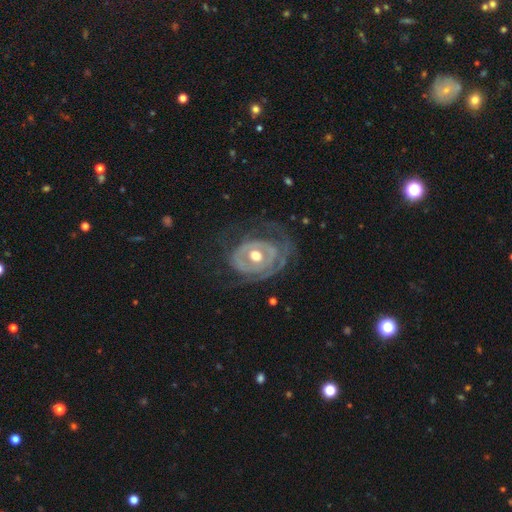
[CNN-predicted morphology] The model was most divided on "spiral arm count": can't tell: 35%, 2: 27%, 1: 22%, 3: 9%, 4: 4%, more than 4: 4%. More confident: edge-on disk — no (96%); smooth or featured — featured or disk (82%); bulge size — moderate (75%); spiral arms — yes (70%); bar — no (67%); spiral winding — tight (64%); merging — none (54%).